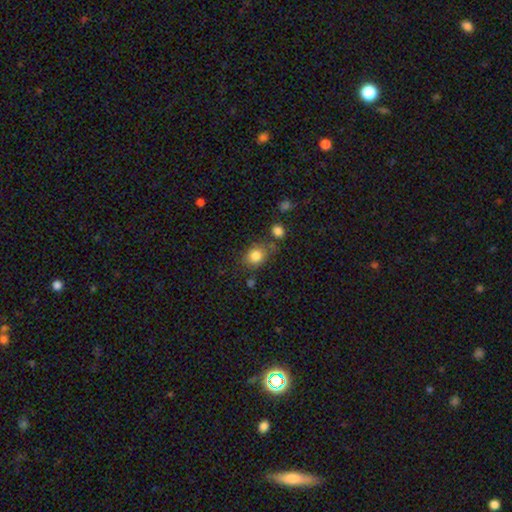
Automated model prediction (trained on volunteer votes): This appears to be a smooth galaxy with no disk features (83%) that is round (57%). Merging: none (67%).